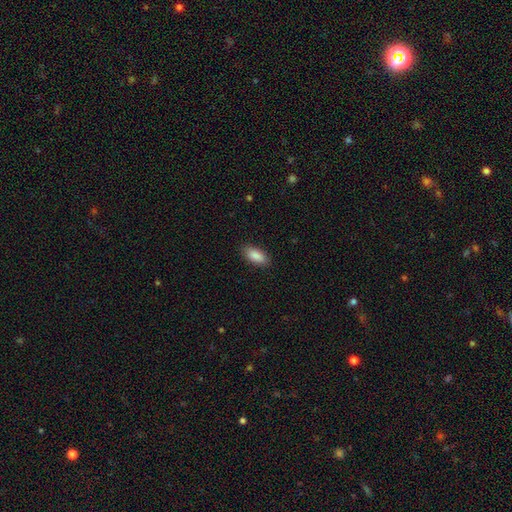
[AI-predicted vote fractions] Smooth or featured? Predicted: smooth (p=0.89). How rounded? Predicted: in between (p=0.88). Merging? Predicted: none (p=0.88).